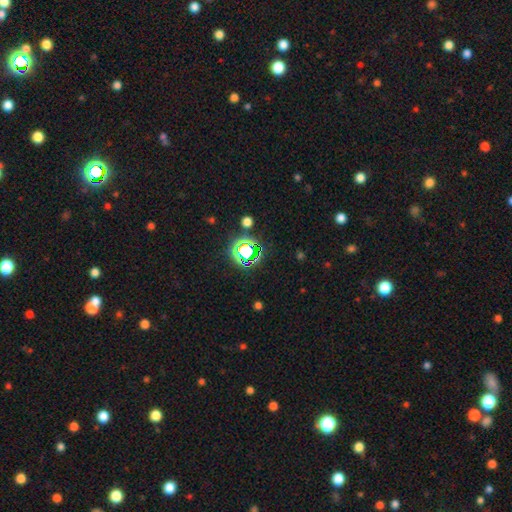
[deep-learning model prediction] smooth-or-featured: star or artifact: 67% | smooth: 23% | featured or disk: 9%